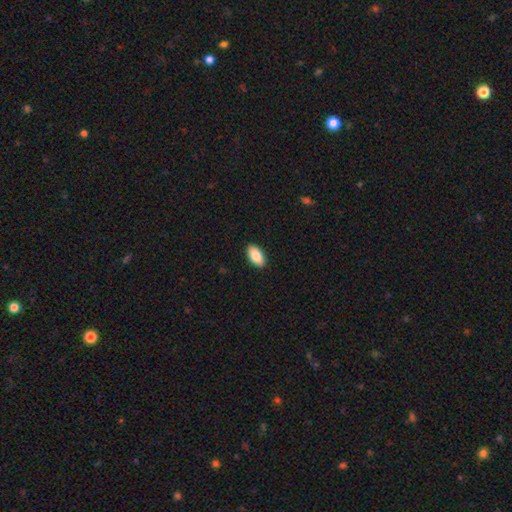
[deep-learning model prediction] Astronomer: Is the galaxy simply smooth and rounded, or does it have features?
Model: smooth — 86%.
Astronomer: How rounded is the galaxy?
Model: in between — 94%.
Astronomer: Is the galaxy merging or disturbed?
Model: none — 91%.